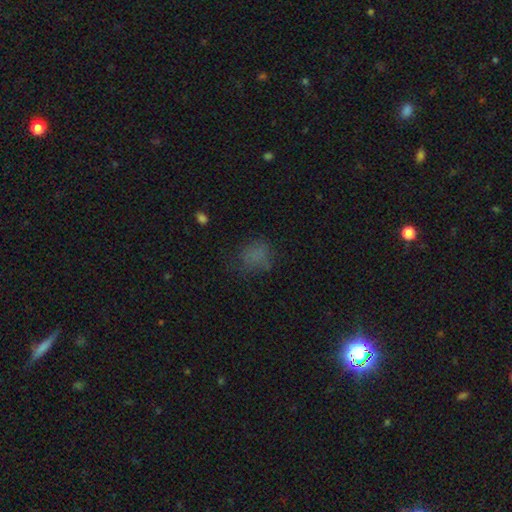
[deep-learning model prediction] Q: Smooth or featured?
A: smooth (67%); runner-up: star or artifact (21%)
Q: How rounded?
A: round (64%); runner-up: in between (35%)
Q: Merging?
A: none (60%); runner-up: minor disturbance (22%)